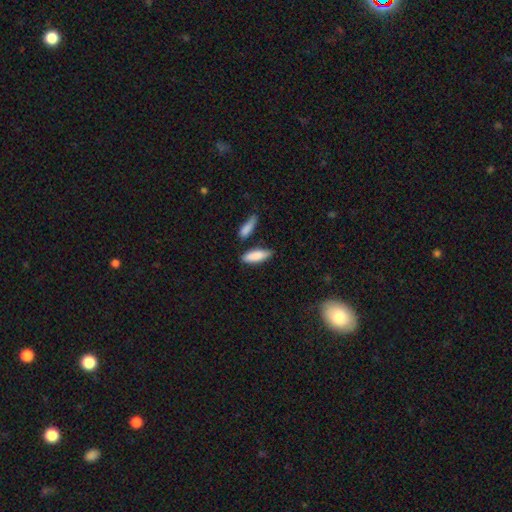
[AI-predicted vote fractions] smooth 86%, featured or disk 9%, star or artifact 5%. Down the decision tree: how rounded — in between (58%); merging — none (73%).